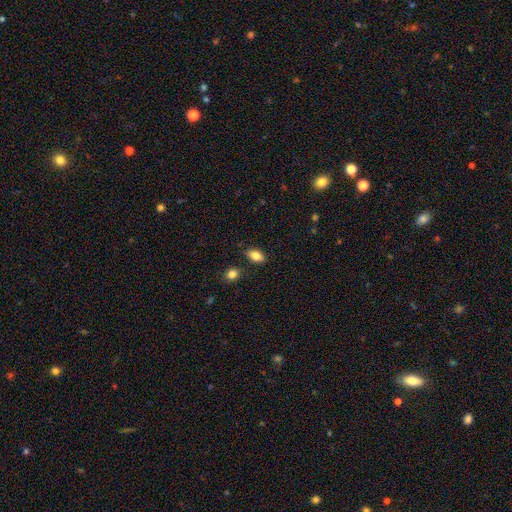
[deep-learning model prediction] This appears to be a smooth galaxy with no disk features (83%) that is in between round and cigar-shaped (90%). Merging: none (83%).